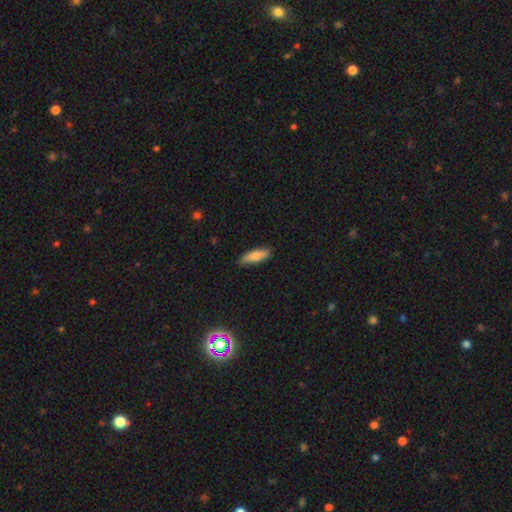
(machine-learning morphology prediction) Smooth or featured: smooth — 82% (featured or disk — 12%)
How rounded: in between — 49% (tied with cigar-shaped — 49%)
Merging: none — 81% (minor disturbance — 15%)